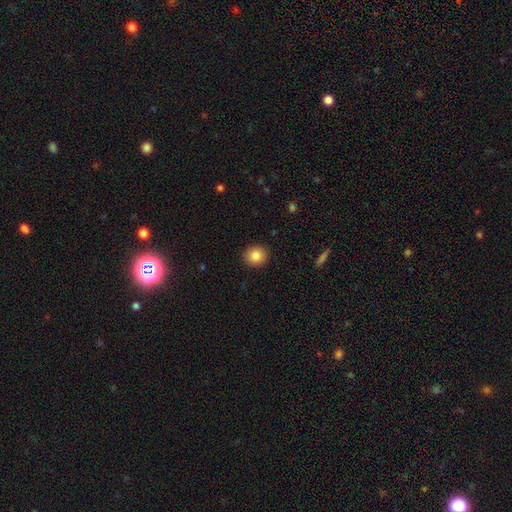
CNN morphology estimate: smooth-or-featured: smooth: 85% | star or artifact: 9% | featured or disk: 5%
  how-rounded: round: 82% | in between: 17% | cigar-shaped: 1%
  merging: none: 91% | minor disturbance: 6% | major disturbance: 2% | merger: 1%